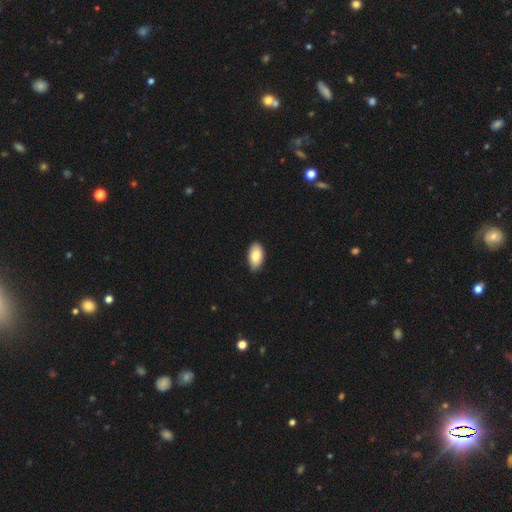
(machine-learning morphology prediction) The model was most divided on "smooth or featured": smooth: 82%, featured or disk: 12%, star or artifact: 6%. More confident: how rounded — in between (95%); merging — none (84%).